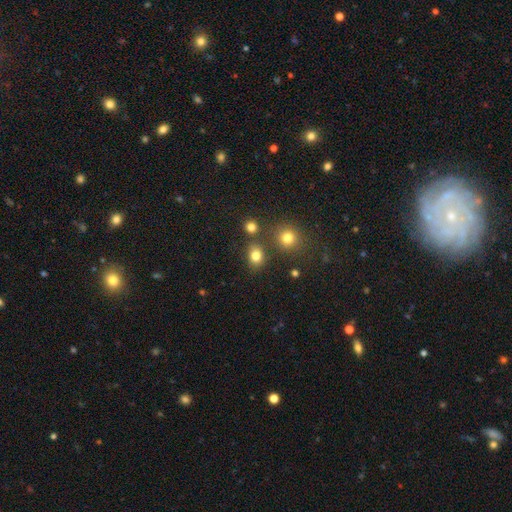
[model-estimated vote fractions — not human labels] The model was most divided on "how rounded": round: 51%, in between: 47%, cigar-shaped: 1%. More confident: smooth or featured — smooth (80%); merging — none (76%).